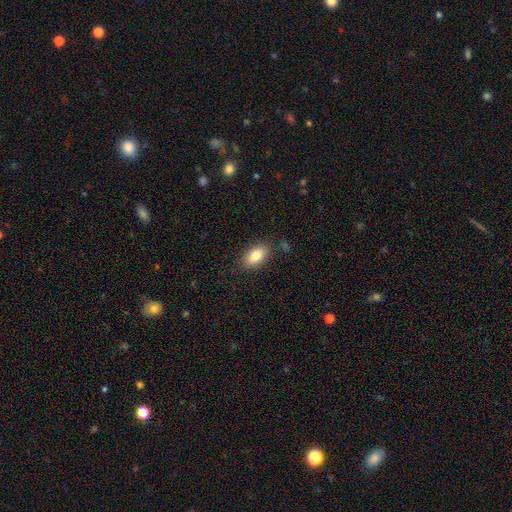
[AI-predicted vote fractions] Morphology: type=smooth (82%); roundness=in between (91%); merging=none (83%).